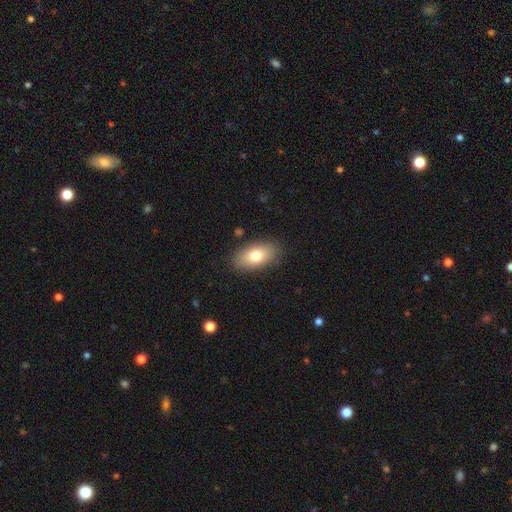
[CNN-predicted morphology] This appears to be a smooth galaxy with no disk features (76%) that is in between round and cigar-shaped (91%). Merging: none (86%).